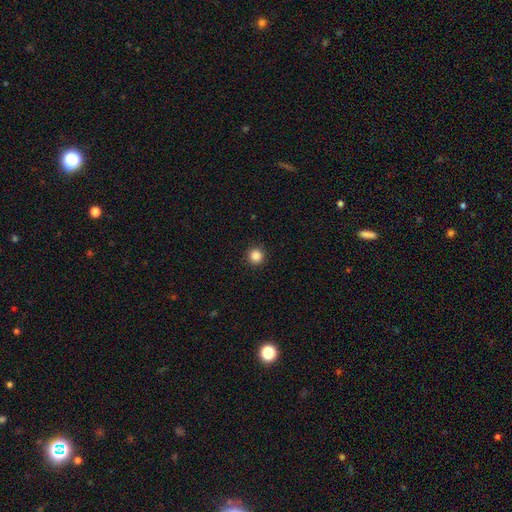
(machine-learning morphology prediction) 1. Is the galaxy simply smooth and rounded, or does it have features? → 86% smooth, 11% star or artifact, 3% featured or disk.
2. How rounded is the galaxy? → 95% round, 4% in between, 1% cigar-shaped.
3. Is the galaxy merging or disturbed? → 93% none, 5% minor disturbance, 2% major disturbance, 1% merger.